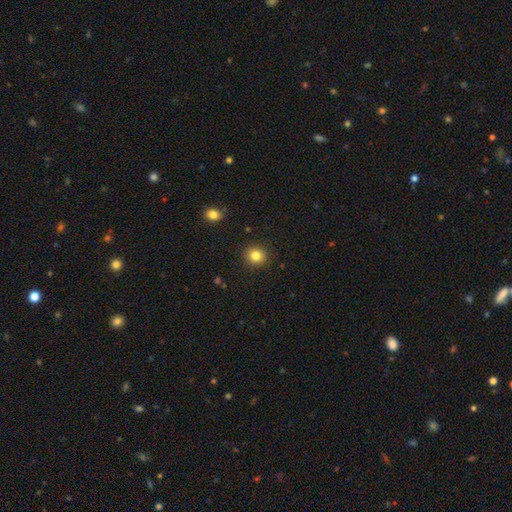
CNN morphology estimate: smooth 83%, star or artifact 11%, featured or disk 6%. Down the decision tree: how rounded — round (87%); merging — none (91%).